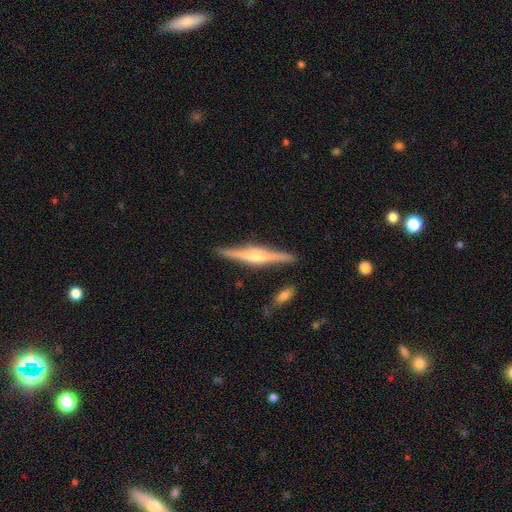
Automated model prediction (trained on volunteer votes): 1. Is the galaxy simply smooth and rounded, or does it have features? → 80% featured or disk, 15% smooth, 6% star or artifact.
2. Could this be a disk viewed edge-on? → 98% yes, 2% no.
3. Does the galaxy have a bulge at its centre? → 82% rounded, 12% boxy, 6% none.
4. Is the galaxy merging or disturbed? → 89% none, 7% minor disturbance, 2% merger, 2% major disturbance.